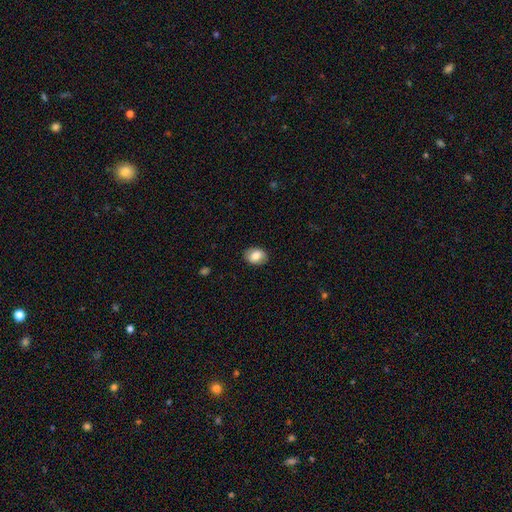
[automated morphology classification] Smooth or featured?
  - smooth: 82% *
  - featured or disk: 11%
  - star or artifact: 8%
How rounded?
  - in between: 65% *
  - round: 34%
  - cigar-shaped: 1%
Merging?
  - none: 88% *
  - minor disturbance: 9%
  - major disturbance: 2%
  - merger: 1%